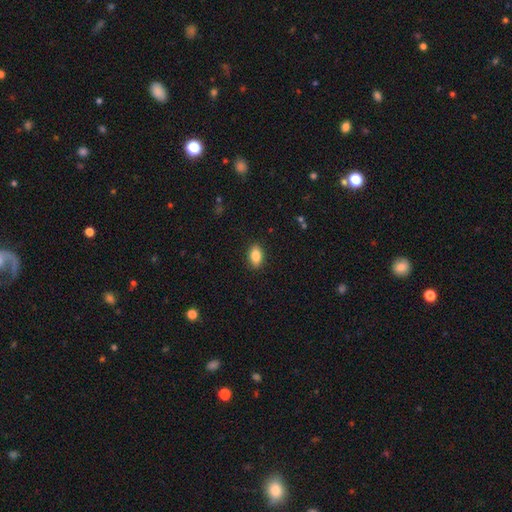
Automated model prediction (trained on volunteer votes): A smooth galaxy with no disk features (85%) that is in between round and cigar-shaped (89%).

Vote fractions:
- Smooth or featured? smooth: 85% / star or artifact: 8% / featured or disk: 7%
- How rounded? in between: 89% / round: 8% / cigar-shaped: 4%
- Merging? none: 89% / minor disturbance: 8% / major disturbance: 2% / merger: 1%